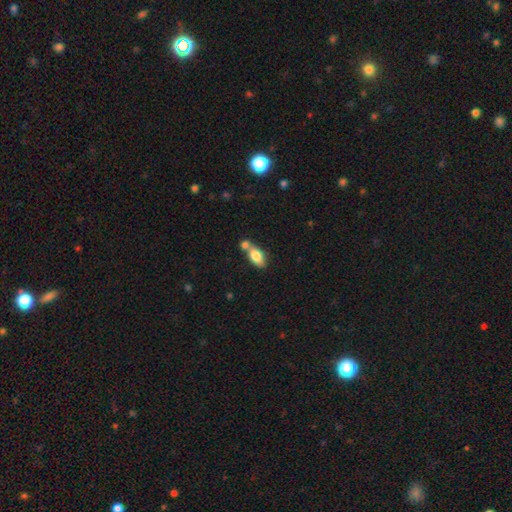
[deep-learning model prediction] This appears to be a smooth galaxy with no disk features (78%) that is in between round and cigar-shaped (86%). Merging: merger (42%).